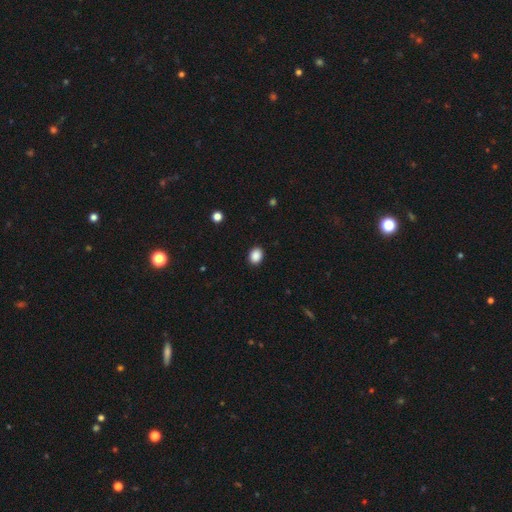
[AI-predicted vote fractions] smooth_or_featured: smooth (p=0.89) [alt: star or artifact p=0.09]
how_rounded: in between (p=0.54) [alt: round p=0.45]
merging: none (p=0.90) [alt: minor disturbance p=0.07]